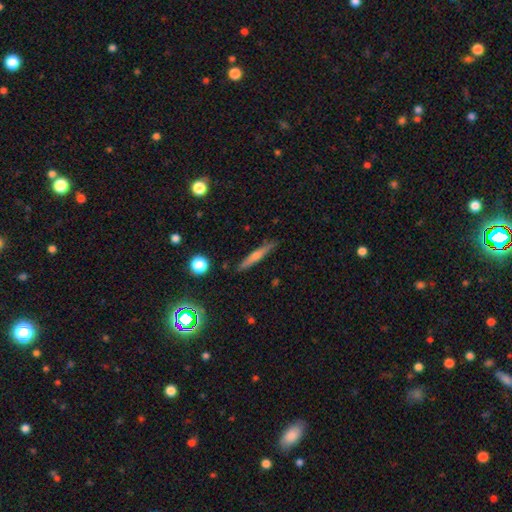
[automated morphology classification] The model was most divided on "smooth or featured": featured or disk: 50%, smooth: 41%, star or artifact: 9%. More confident: merging — none (89%).